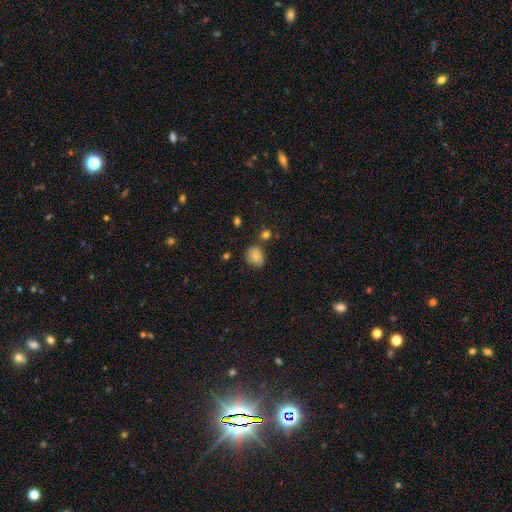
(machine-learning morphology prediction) type=smooth (79%); roundness=round (55%); merging=none (61%).